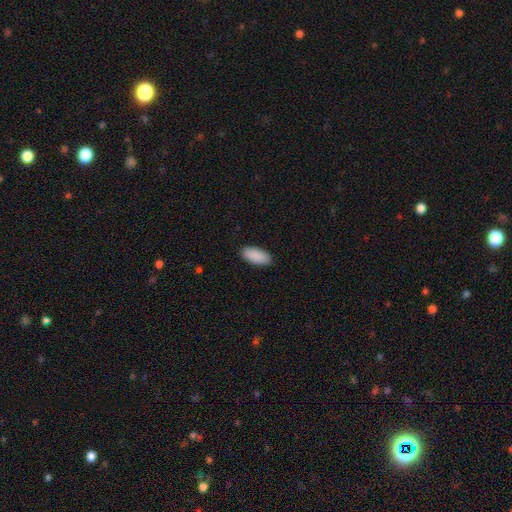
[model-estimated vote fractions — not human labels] Overall: smooth (91%). How rounded: in between (92%). Merging: none (89%).